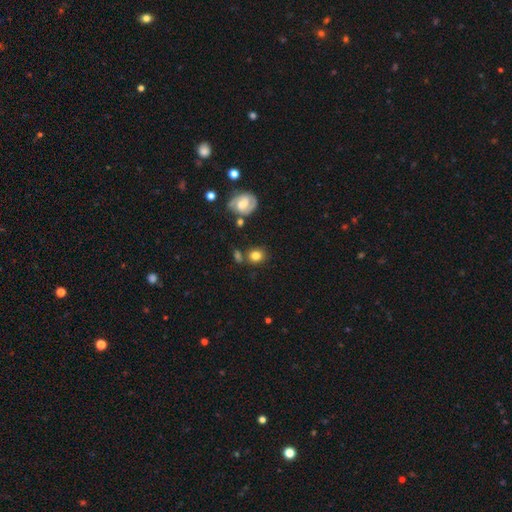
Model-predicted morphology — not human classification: smooth_or_featured: smooth (p=0.77) [alt: featured or disk p=0.14]
how_rounded: round (p=0.72) [alt: in between p=0.27]
merging: none (p=0.71) [alt: minor disturbance p=0.14]